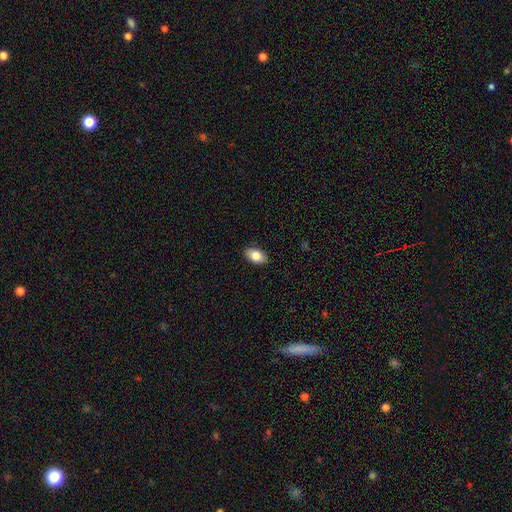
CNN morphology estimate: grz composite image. It shows a smooth galaxy with no disk features (84%) that is in between round and cigar-shaped (91%). Merging: none (89%).